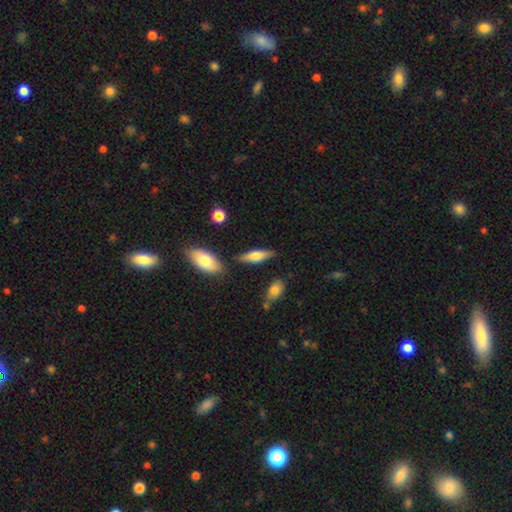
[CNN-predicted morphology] type=smooth (54%); roundness=in between (49%); merging=none (78%).